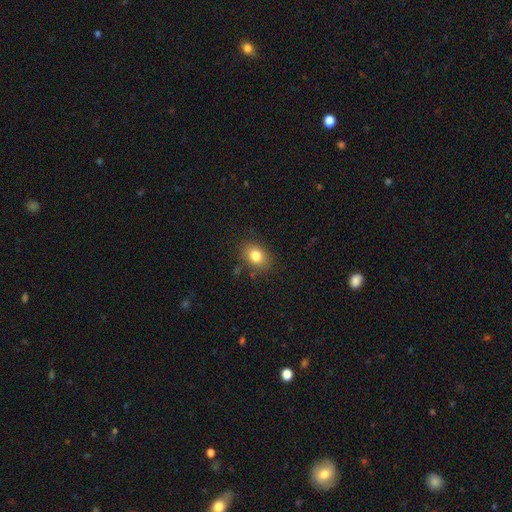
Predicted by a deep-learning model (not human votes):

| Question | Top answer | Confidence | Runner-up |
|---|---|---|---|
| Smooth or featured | smooth | 81% | star or artifact (10%) |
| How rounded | in between | 68% | round (31%) |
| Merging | none | 82% | minor disturbance (12%) |